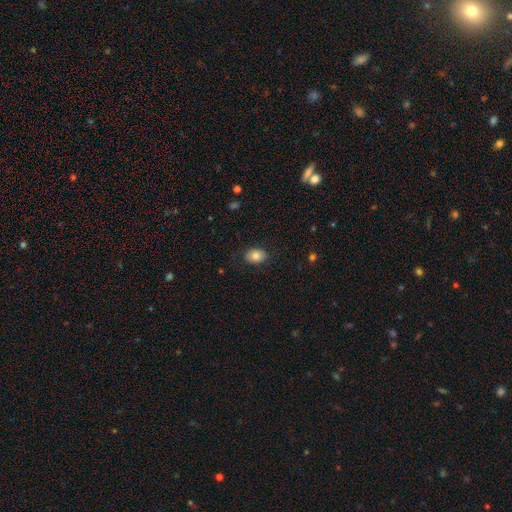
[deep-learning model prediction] smooth_or_featured: smooth (p=0.81) [alt: featured or disk p=0.11]
how_rounded: in between (p=0.74) [alt: round p=0.25]
merging: none (p=0.83) [alt: minor disturbance p=0.12]